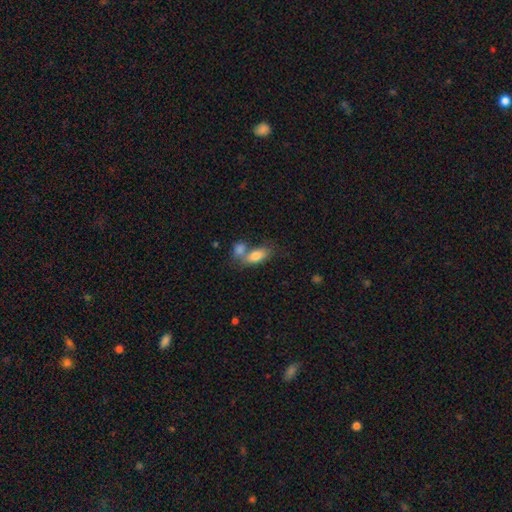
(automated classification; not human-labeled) Smooth or featured? smooth (80%)
How rounded? in between (87%)
Merging? merger (48%)